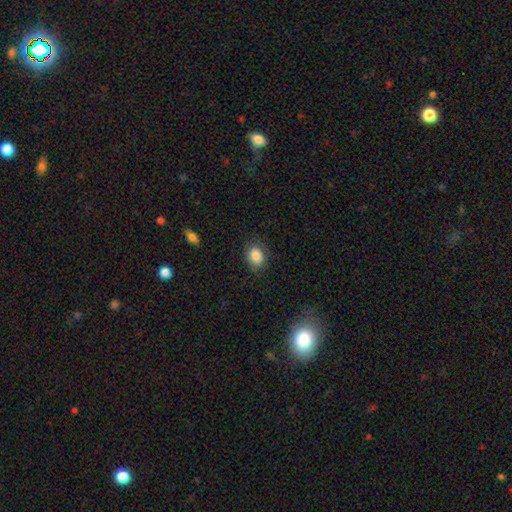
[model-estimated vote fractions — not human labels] The model was most divided on "how rounded": round: 50%, in between: 49%, cigar-shaped: 1%. More confident: smooth or featured — smooth (86%); merging — none (82%).